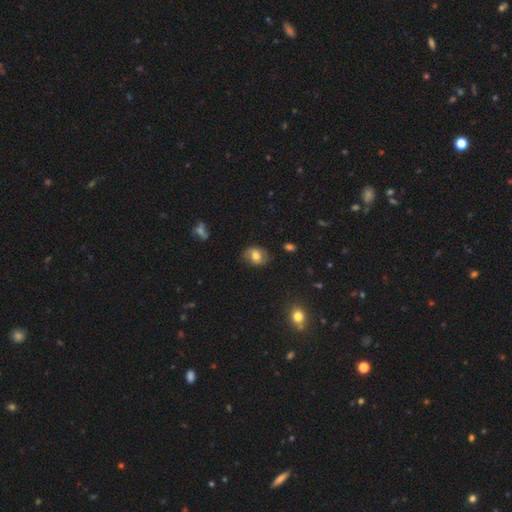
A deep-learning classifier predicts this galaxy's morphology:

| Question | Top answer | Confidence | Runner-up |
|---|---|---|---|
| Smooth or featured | smooth | 53% | featured or disk (38%) |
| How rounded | in between | 61% | round (38%) |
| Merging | none | 75% | minor disturbance (18%) |